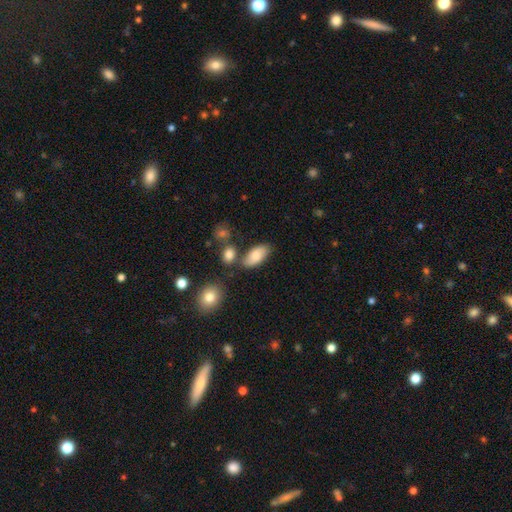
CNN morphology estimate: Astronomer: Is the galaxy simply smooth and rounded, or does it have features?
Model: smooth — 76%.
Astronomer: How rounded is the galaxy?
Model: in between — 92%.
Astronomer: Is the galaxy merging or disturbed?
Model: none — 70%.